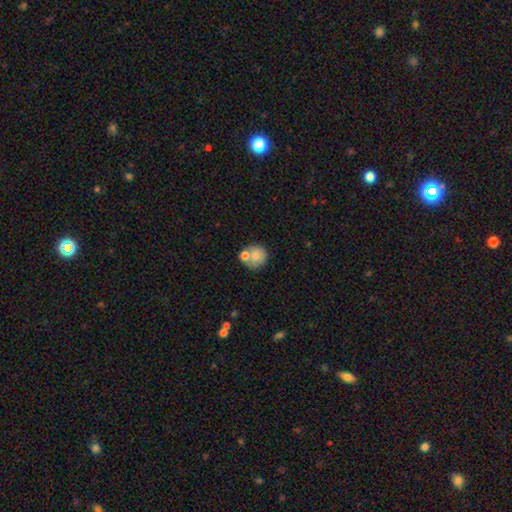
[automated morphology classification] smooth_or_featured: smooth (p=0.77) [alt: featured or disk p=0.15]
how_rounded: round (p=0.89) [alt: in between p=0.10]
merging: none (p=0.58) [alt: merger p=0.26]